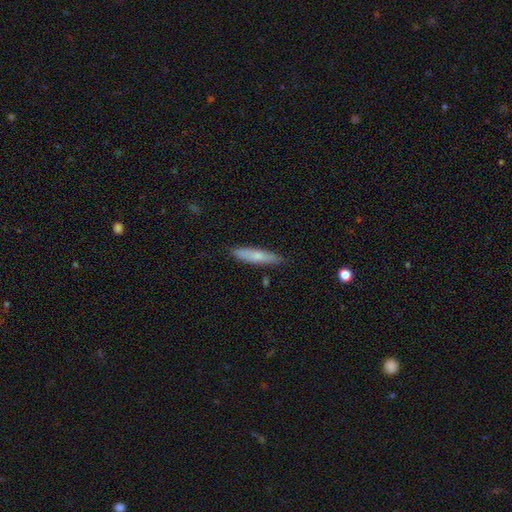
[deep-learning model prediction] A smooth galaxy with no disk features (71%) that is cigar-shaped (82%).

Vote fractions:
- Smooth or featured? smooth: 71% / featured or disk: 23% / star or artifact: 6%
- How rounded? cigar-shaped: 82% / in between: 16% / round: 2%
- Merging? none: 84% / minor disturbance: 13% / major disturbance: 2% / merger: 2%